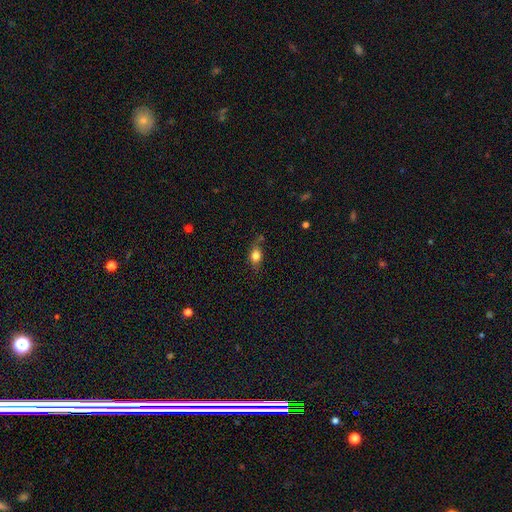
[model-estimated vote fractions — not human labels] This appears to be a smooth galaxy with no disk features (77%) that is in between round and cigar-shaped (65%). Merging: none (58%).